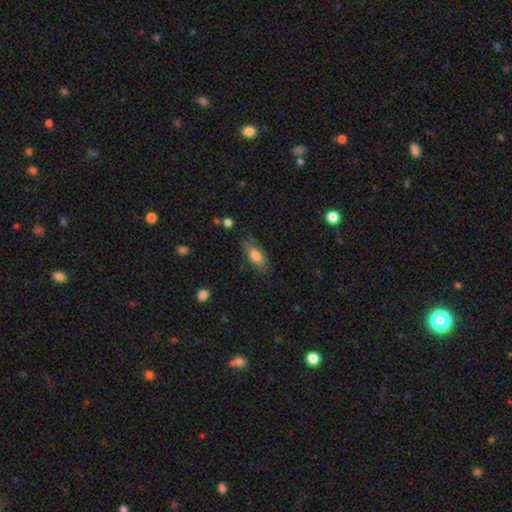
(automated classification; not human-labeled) smooth_or_featured: smooth (p=0.71) [alt: featured or disk p=0.22]
how_rounded: in between (p=0.78) [alt: cigar-shaped p=0.19]
merging: none (p=0.74) [alt: minor disturbance p=0.19]